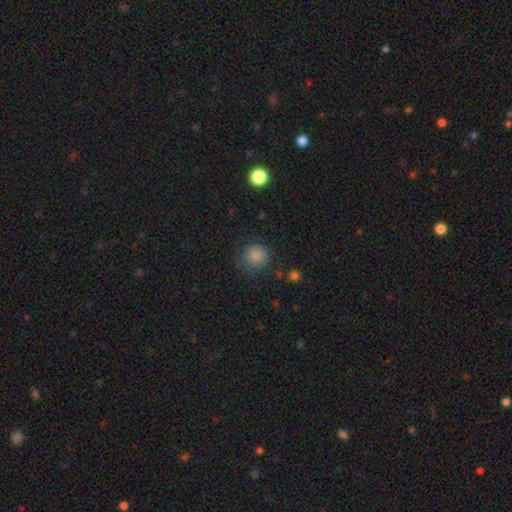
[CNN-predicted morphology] Smooth or featured? Predicted: smooth (p=0.83). How rounded? Predicted: round (p=0.88). Merging? Predicted: none (p=0.70).